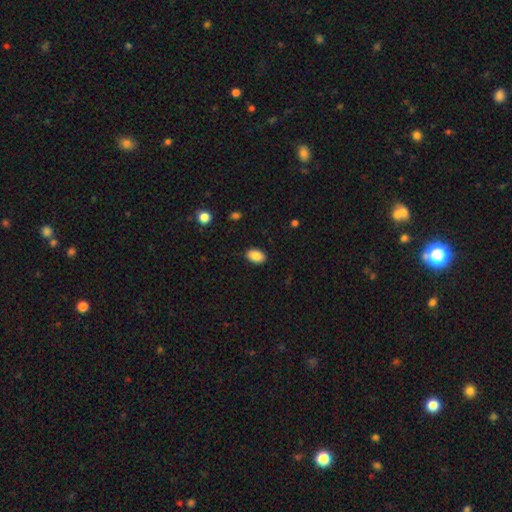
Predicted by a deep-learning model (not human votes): Overall: smooth (89%). How rounded: in between (89%). Merging: none (88%).